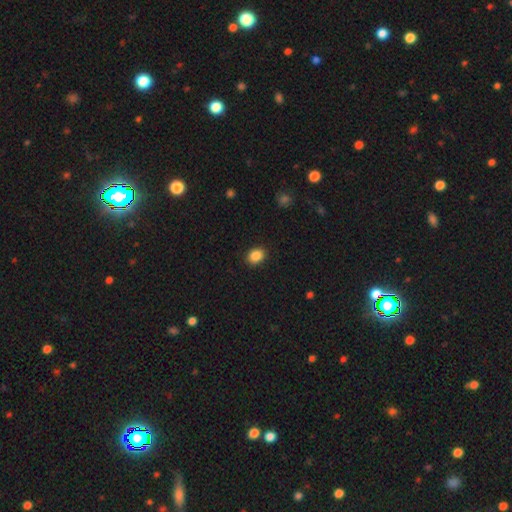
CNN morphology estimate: A smooth galaxy with no disk features (87%) that is in between round and cigar-shaped (55%).

Vote fractions:
- Smooth or featured? smooth: 87% / star or artifact: 9% / featured or disk: 4%
- How rounded? in between: 55% / round: 44% / cigar-shaped: 1%
- Merging? none: 89% / minor disturbance: 8% / major disturbance: 2% / merger: 1%